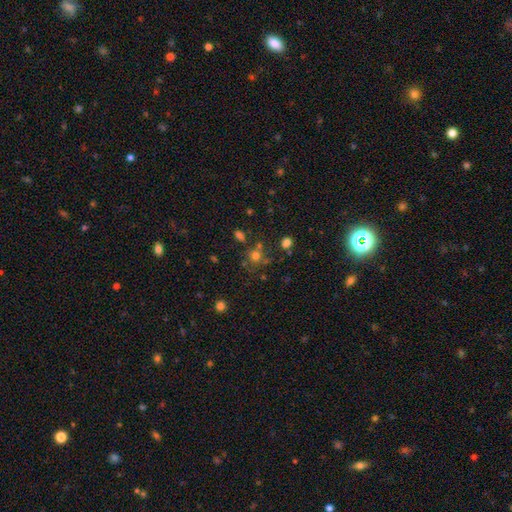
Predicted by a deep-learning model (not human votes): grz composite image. It shows a smooth galaxy with no disk features (68%) that is round (86%). Merging: none (66%).